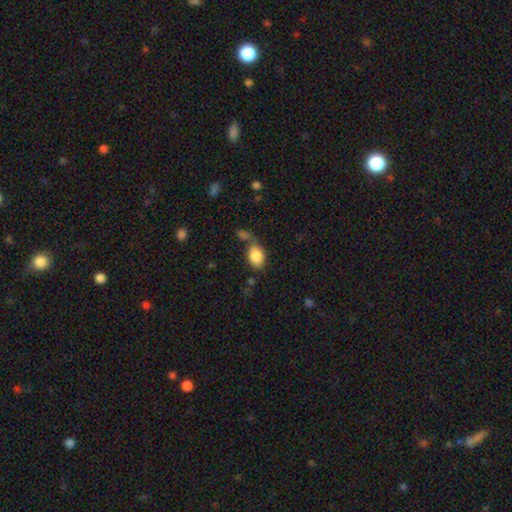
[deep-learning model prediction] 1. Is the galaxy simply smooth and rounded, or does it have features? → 86% smooth, 7% star or artifact, 6% featured or disk.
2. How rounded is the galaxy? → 83% in between, 15% round, 1% cigar-shaped.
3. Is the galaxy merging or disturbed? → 50% none, 25% merger, 17% minor disturbance, 8% major disturbance.